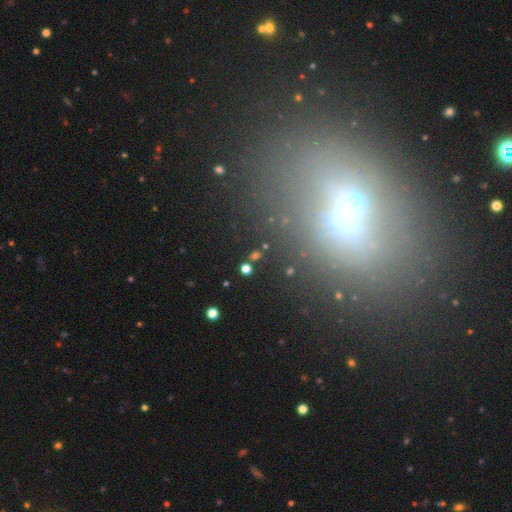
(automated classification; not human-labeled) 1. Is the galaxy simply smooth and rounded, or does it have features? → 47% star or artifact, 30% smooth, 23% featured or disk.